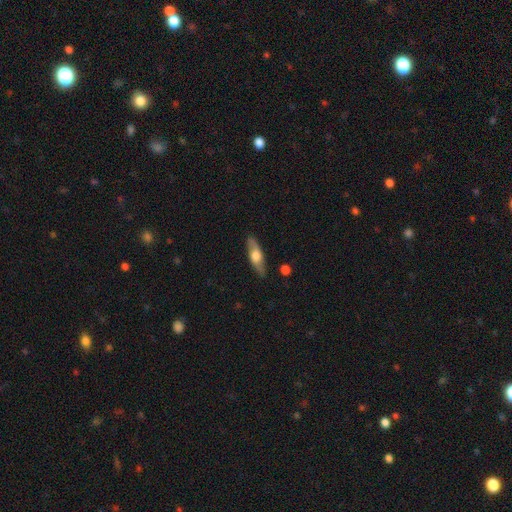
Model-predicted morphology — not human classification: Q: Smooth or featured?
A: featured or disk (50%); runner-up: smooth (44%)
Q: Edge-on disk?
A: yes (66%); runner-up: no (34%)
Q: Merging?
A: none (85%); runner-up: minor disturbance (11%)